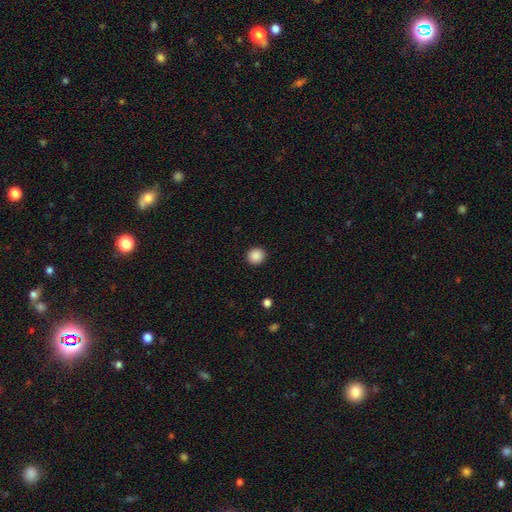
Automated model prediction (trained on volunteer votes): Morphology: type=smooth (88%); roundness=round (90%); merging=none (92%).